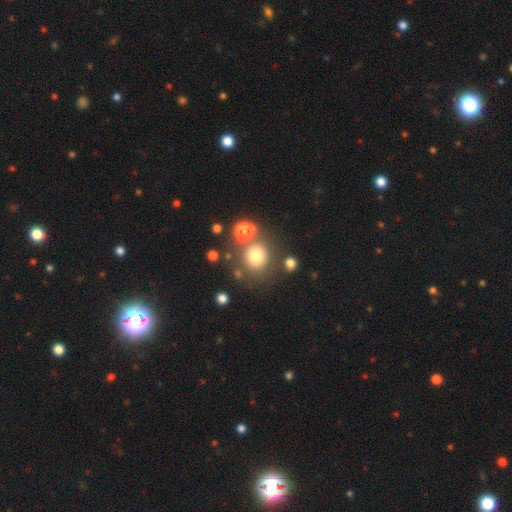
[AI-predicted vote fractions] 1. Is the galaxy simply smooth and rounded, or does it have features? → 74% smooth, 15% star or artifact, 11% featured or disk.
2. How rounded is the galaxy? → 89% round, 10% in between, 1% cigar-shaped.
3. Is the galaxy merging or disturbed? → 72% none, 12% merger, 10% minor disturbance, 5% major disturbance.